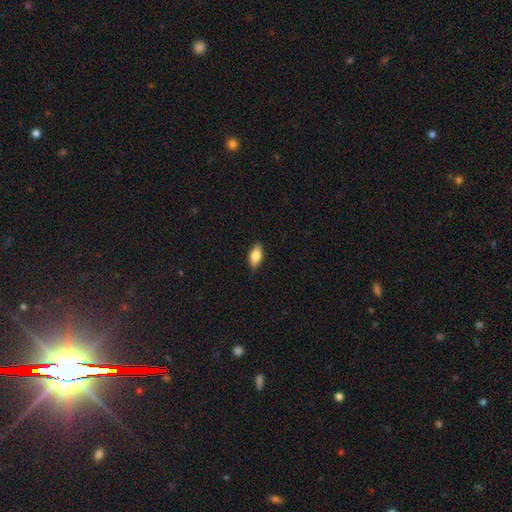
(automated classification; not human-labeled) smooth-or-featured: smooth: 77% | featured or disk: 16% | star or artifact: 7%
  how-rounded: in between: 85% | cigar-shaped: 12% | round: 3%
  merging: none: 87% | minor disturbance: 10% | major disturbance: 2% | merger: 1%